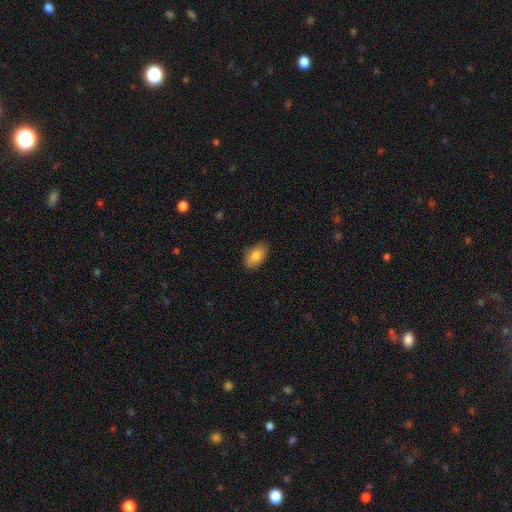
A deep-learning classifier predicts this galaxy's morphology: Overall: smooth (83%). How rounded: in between (92%). Merging: none (85%).